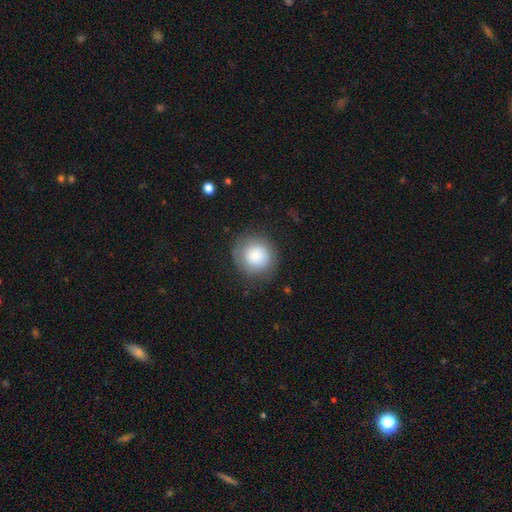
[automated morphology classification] smooth_or_featured: smooth (p=0.79) [alt: featured or disk p=0.13]
how_rounded: round (p=0.91) [alt: in between p=0.08]
merging: none (p=0.78) [alt: minor disturbance p=0.15]